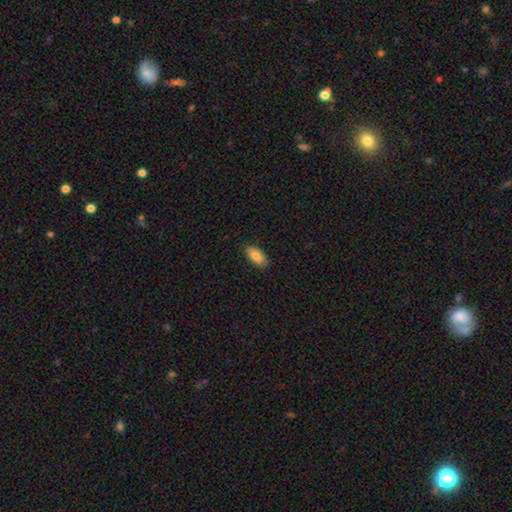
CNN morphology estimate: Smooth or featured? smooth (86%)
How rounded? in between (92%)
Merging? none (87%)